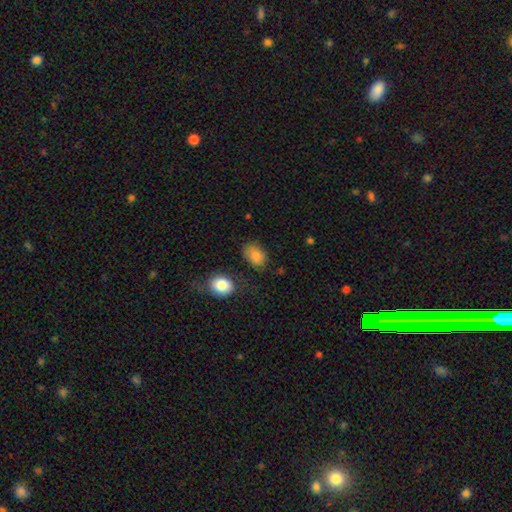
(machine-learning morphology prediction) A smooth galaxy with no disk features (83%) that is in between round and cigar-shaped (81%).

Vote fractions:
- Smooth or featured? smooth: 83% / star or artifact: 9% / featured or disk: 9%
- How rounded? in between: 81% / round: 18% / cigar-shaped: 1%
- Merging? none: 64% / minor disturbance: 22% / major disturbance: 8% / merger: 6%